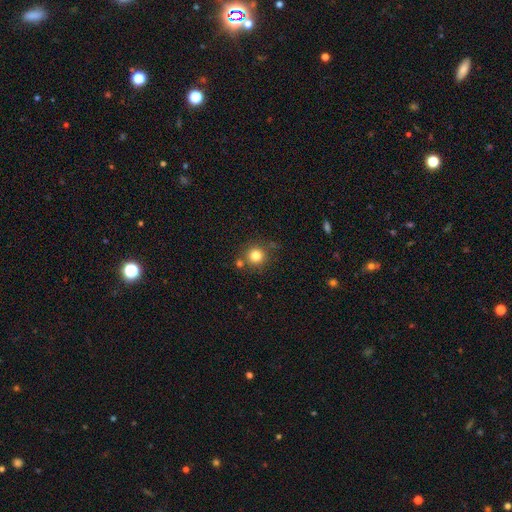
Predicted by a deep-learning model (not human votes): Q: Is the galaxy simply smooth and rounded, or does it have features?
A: smooth — 81%.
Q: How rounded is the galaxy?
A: round — 92%.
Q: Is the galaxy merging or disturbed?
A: none — 75%.